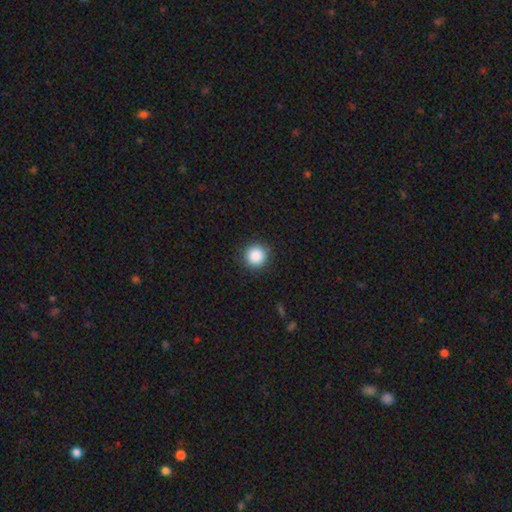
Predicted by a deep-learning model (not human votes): The model was most divided on "smooth or featured": smooth: 88%, star or artifact: 9%, featured or disk: 3%. More confident: how rounded — round (96%); merging — none (92%).